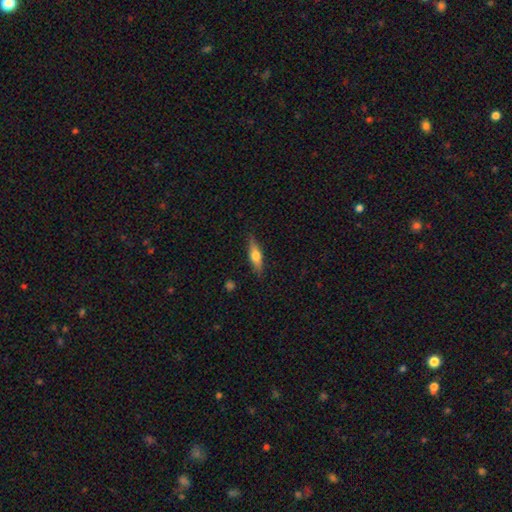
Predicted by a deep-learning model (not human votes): smooth_or_featured: smooth (p=0.48) [alt: featured or disk p=0.45]
merging: none (p=0.86) [alt: minor disturbance p=0.11]